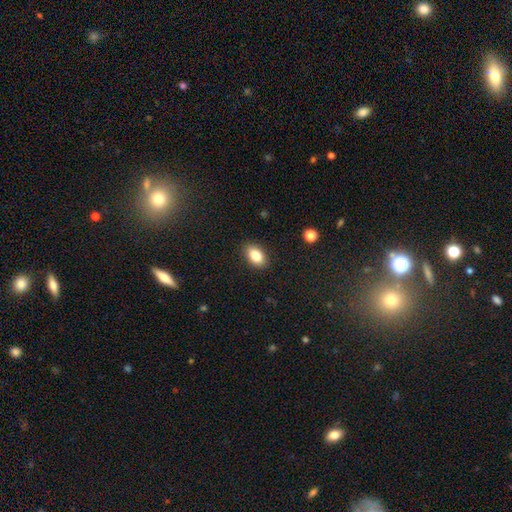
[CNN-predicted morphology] smooth_or_featured: smooth (p=0.84) [alt: star or artifact p=0.08]
how_rounded: in between (p=0.89) [alt: round p=0.09]
merging: none (p=0.88) [alt: minor disturbance p=0.09]